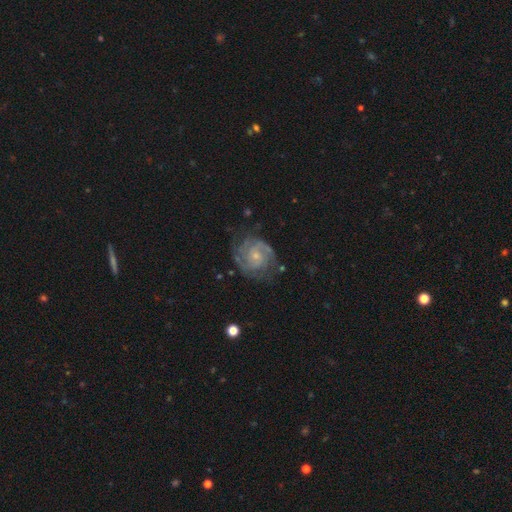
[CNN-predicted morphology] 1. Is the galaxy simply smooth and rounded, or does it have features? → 85% featured or disk, 9% smooth, 6% star or artifact.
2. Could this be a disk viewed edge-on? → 98% no, 2% yes.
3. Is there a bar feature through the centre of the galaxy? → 66% no, 30% weak, 5% strong.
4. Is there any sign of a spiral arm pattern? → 96% yes, 4% no.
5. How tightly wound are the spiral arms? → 58% tight, 35% medium, 8% loose.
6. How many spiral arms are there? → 45% 2, 22% can't tell, 18% 3, 6% 4, 4% 1, 4% more than 4.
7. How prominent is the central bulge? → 65% small, 29% moderate, 4% none, 2% large, 1% dominant.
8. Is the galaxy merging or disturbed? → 68% none, 20% minor disturbance, 10% major disturbance, 2% merger.